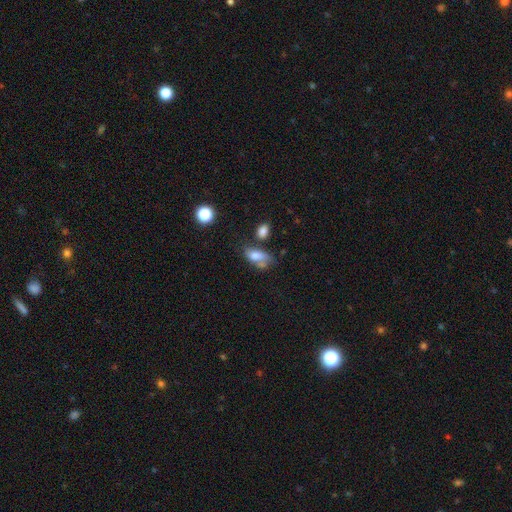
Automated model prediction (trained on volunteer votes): smooth-or-featured: smooth: 68% | featured or disk: 21% | star or artifact: 11%
  how-rounded: in between: 86% | round: 8% | cigar-shaped: 5%
  merging: none: 36% | minor disturbance: 26% | merger: 22% | major disturbance: 17%